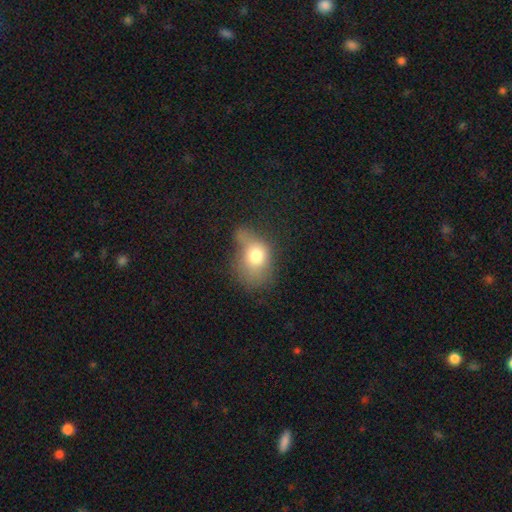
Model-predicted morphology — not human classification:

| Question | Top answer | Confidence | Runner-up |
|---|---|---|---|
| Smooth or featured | smooth | 72% | featured or disk (17%) |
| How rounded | in between | 66% | round (33%) |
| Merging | major disturbance | 34% | minor disturbance (28%) |